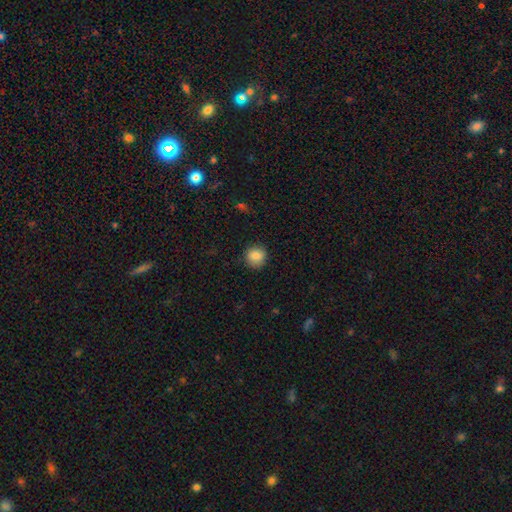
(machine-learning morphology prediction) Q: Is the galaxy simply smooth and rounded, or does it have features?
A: smooth — 85%.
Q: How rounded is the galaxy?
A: round — 86%.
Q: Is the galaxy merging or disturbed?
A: none — 86%.